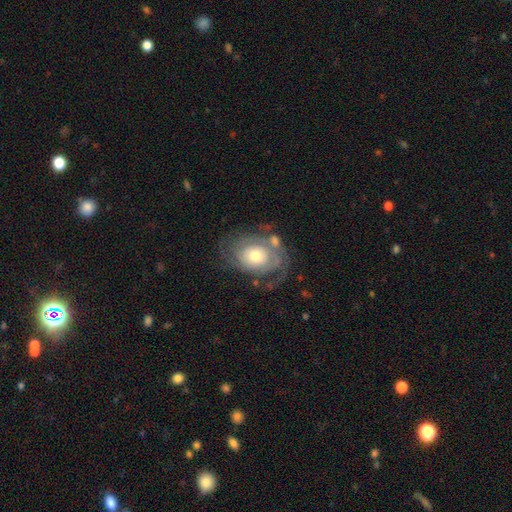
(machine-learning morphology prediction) Smooth or featured? Predicted: featured or disk (p=0.73). Edge-on disk? Predicted: no (p=0.96). Bar? Predicted: no (p=0.81). Spiral arms? Predicted: yes (p=0.81). Spiral winding? Predicted: tight (p=0.62). Spiral arm count? Predicted: can't tell (p=0.41). Bulge size? Predicted: moderate (p=0.60). Merging? Predicted: none (p=0.58).